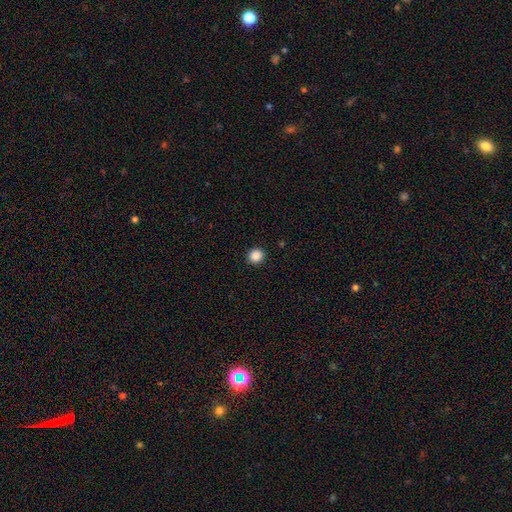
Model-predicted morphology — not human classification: smooth_or_featured: smooth (p=0.88) [alt: star or artifact p=0.10]
how_rounded: round (p=0.89) [alt: in between p=0.10]
merging: none (p=0.93) [alt: minor disturbance p=0.05]